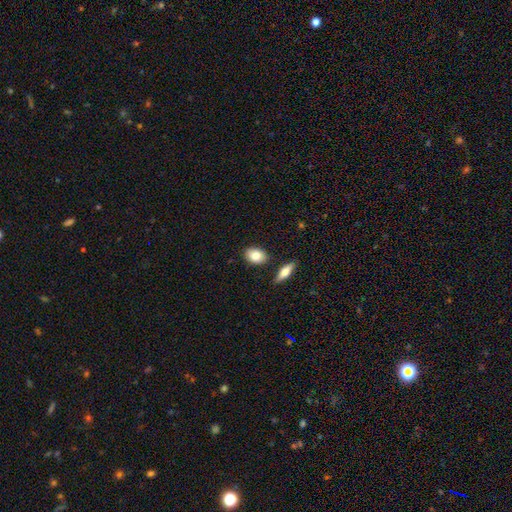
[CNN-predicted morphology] The model was most divided on "how rounded": in between: 76%, round: 21%, cigar-shaped: 3%. More confident: merging — none (82%); smooth or featured — smooth (81%).